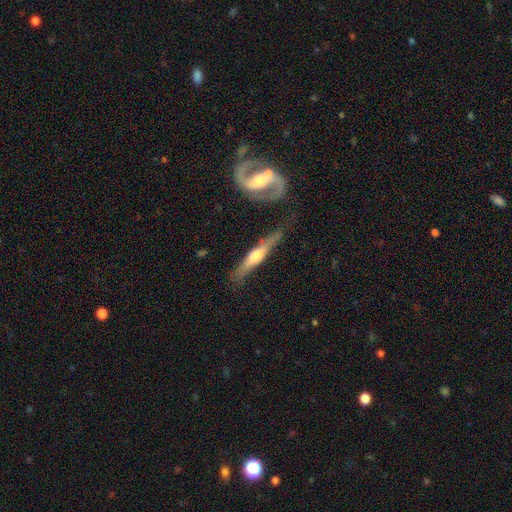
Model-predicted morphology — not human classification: A featured or disk galaxy (69%) viewed edge-on (90%) with a rounded central bulge (81%). Merging: none (67%).